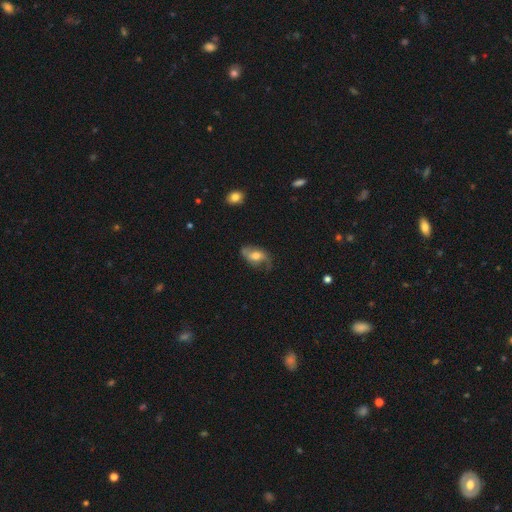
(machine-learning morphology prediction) featured or disk 59%, smooth 32%, star or artifact 8%. Down the decision tree: edge-on disk — no (92%); bar — no (54%); spiral arms — yes (83%); bulge size — moderate (64%); merging — none (58%).